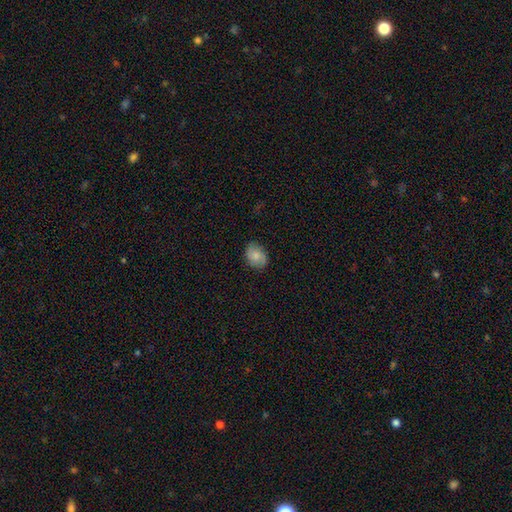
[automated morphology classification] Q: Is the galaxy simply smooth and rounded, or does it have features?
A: smooth — 78%.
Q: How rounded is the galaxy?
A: in between — 68%.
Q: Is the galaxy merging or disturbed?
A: none — 83%.